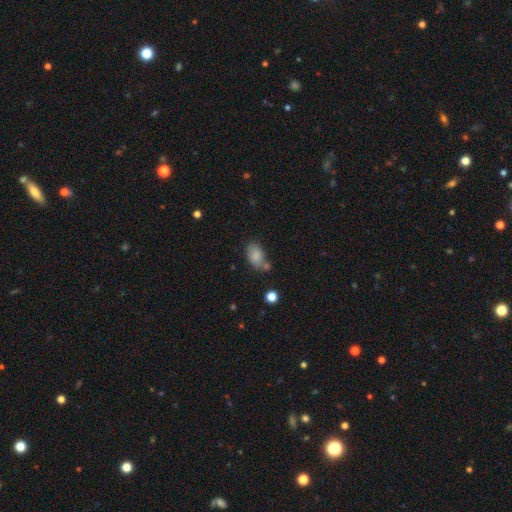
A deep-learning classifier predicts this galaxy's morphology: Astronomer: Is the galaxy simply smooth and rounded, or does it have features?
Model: smooth — 84%.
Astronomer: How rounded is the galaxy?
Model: in between — 90%.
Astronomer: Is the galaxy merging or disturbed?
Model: none — 58%.